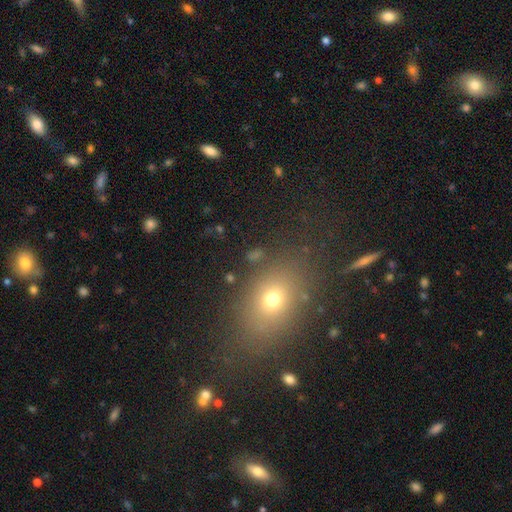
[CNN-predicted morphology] The model was most divided on "how rounded": in between: 59%, round: 38%, cigar-shaped: 3%. More confident: merging — none (78%); smooth or featured — smooth (62%).